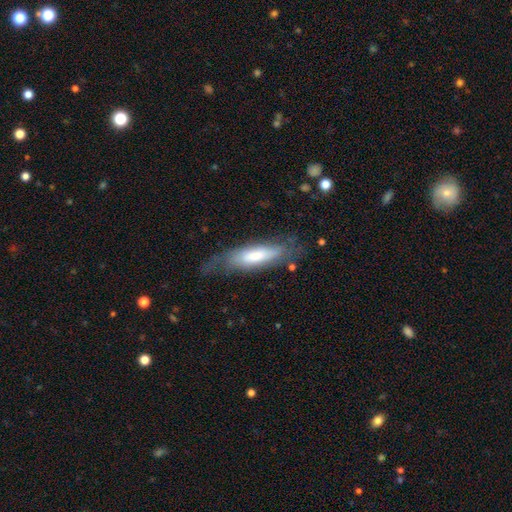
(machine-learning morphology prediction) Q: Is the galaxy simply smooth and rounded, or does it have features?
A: smooth — 50%.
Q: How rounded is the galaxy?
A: cigar-shaped — 61%.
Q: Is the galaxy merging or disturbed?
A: none — 60%.